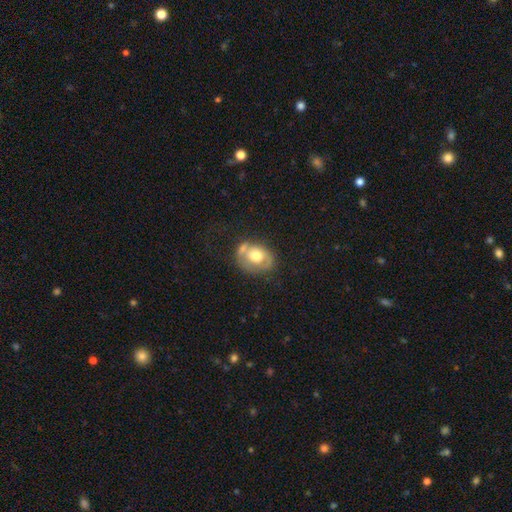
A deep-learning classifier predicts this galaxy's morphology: type=smooth (53%); roundness=in between (51%); merging=none (46%).